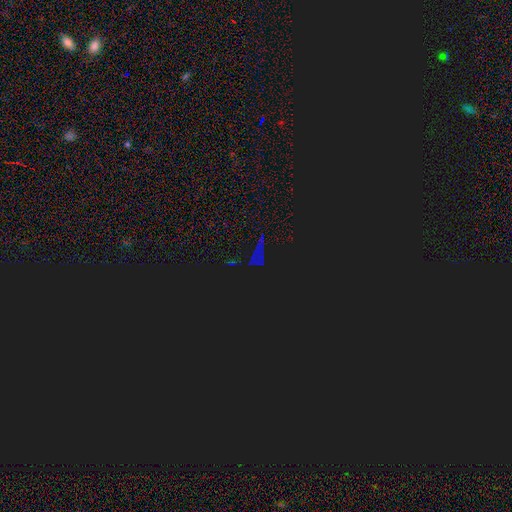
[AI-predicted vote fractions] Smooth or featured? star or artifact (82%)